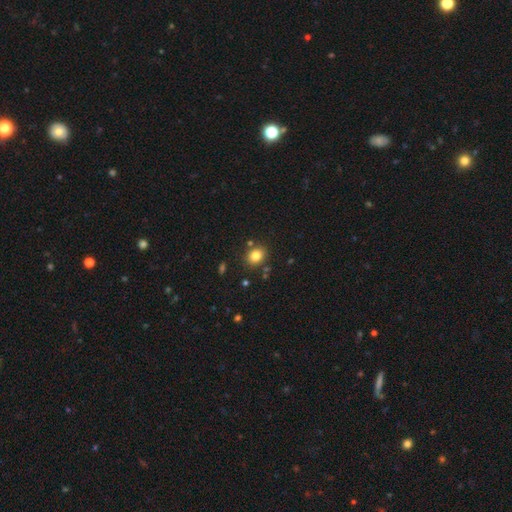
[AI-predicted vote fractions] Smooth or featured? smooth (82%)
How rounded? round (59%)
Merging? none (82%)